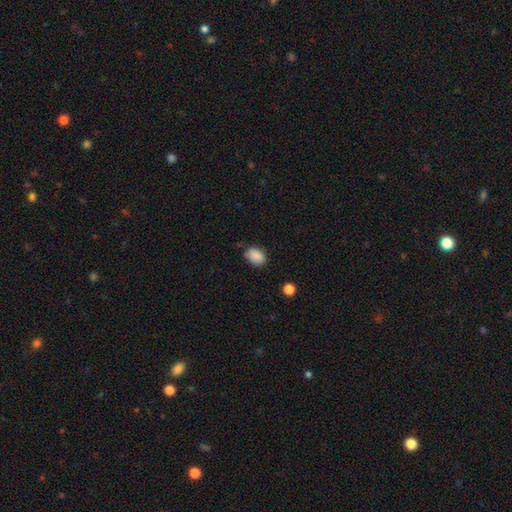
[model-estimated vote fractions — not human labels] smooth 87%, star or artifact 8%, featured or disk 5%. Down the decision tree: how rounded — in between (79%); merging — none (75%).